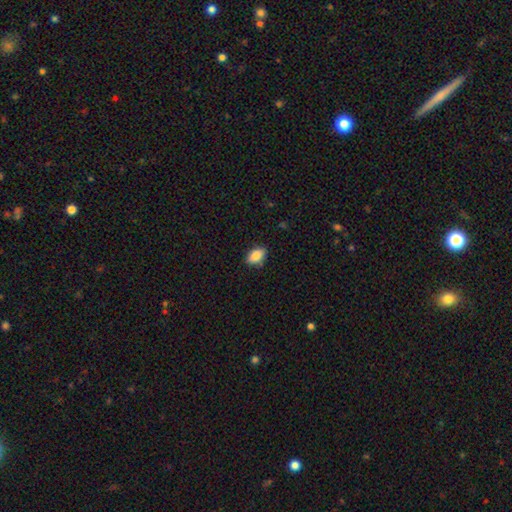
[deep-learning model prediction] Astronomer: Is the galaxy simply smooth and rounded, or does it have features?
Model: smooth — 87%.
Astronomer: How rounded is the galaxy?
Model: in between — 88%.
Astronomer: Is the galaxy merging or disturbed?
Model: none — 83%.